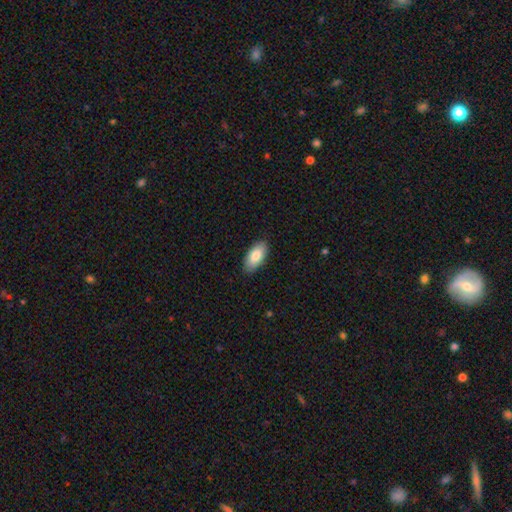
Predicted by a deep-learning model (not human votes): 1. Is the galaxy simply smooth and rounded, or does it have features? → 83% smooth, 12% featured or disk, 6% star or artifact.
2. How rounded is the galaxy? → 92% in between, 6% cigar-shaped, 2% round.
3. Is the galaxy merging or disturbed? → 87% none, 10% minor disturbance, 2% major disturbance, 1% merger.